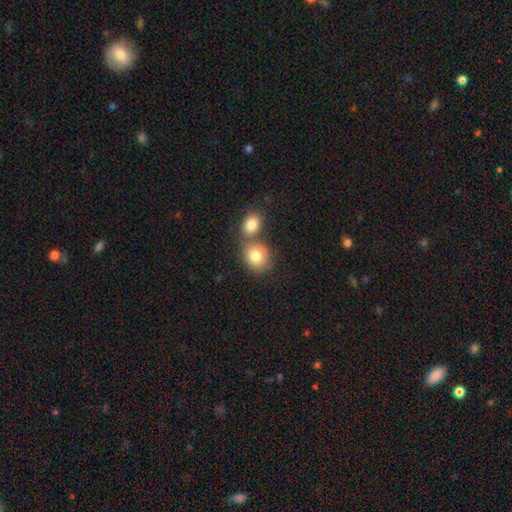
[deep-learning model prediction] Smooth or featured? smooth (81%)
How rounded? round (70%)
Merging? none (46%)